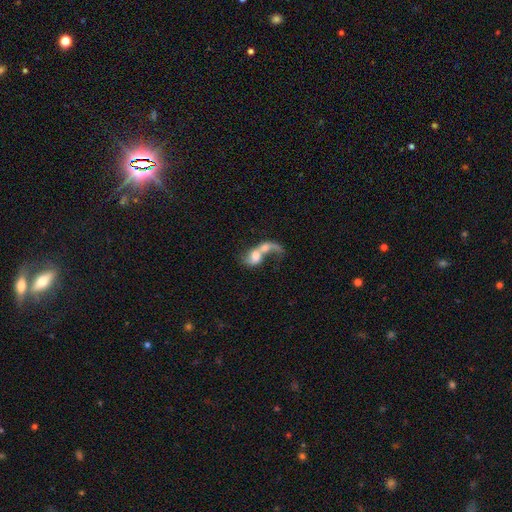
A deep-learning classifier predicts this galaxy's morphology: smooth_or_featured: featured or disk (p=0.51) [alt: smooth p=0.40]
disk_edge_on: no (p=0.95) [alt: yes p=0.05]
merging: merger (p=0.71) [alt: major disturbance p=0.15]